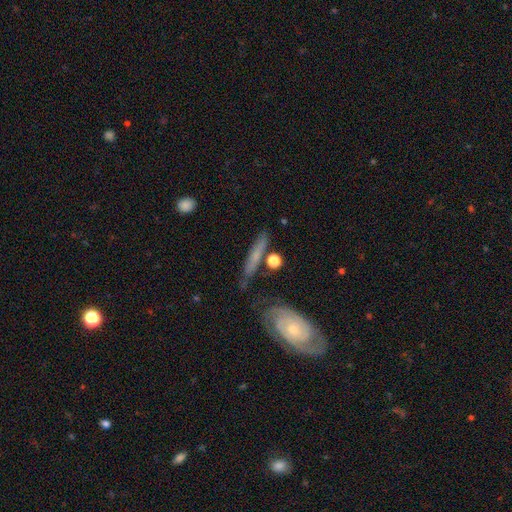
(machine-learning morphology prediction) smooth-or-featured: featured or disk: 52% | smooth: 39% | star or artifact: 9%
  disk-edge-on: yes: 67% | no: 33%
  merging: none: 71% | minor disturbance: 17% | merger: 6% | major disturbance: 5%